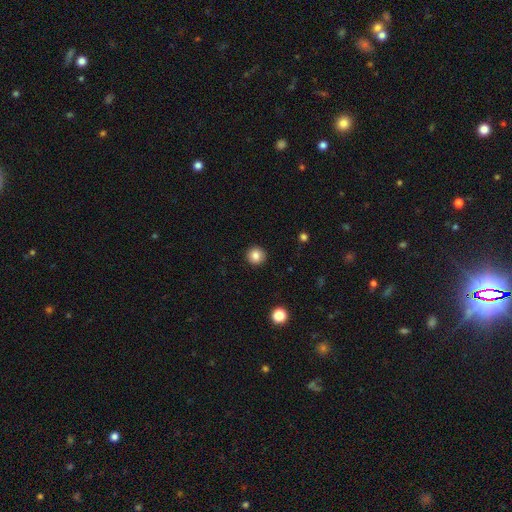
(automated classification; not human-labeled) Smooth or featured? Predicted: smooth (p=0.84). How rounded? Predicted: round (p=0.95). Merging? Predicted: none (p=0.93).